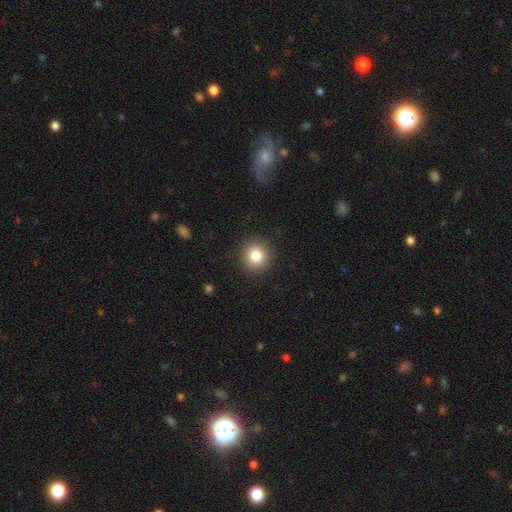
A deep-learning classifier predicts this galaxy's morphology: This is clearly a smooth galaxy (81%). How rounded: clearly round (90%). Merging: clearly none (91%).